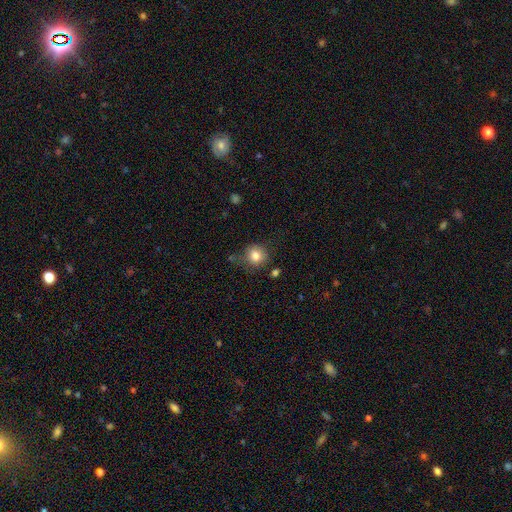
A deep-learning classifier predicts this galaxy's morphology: Q: Smooth or featured?
A: smooth (81%); runner-up: star or artifact (10%)
Q: How rounded?
A: round (82%); runner-up: in between (17%)
Q: Merging?
A: none (67%); runner-up: minor disturbance (22%)